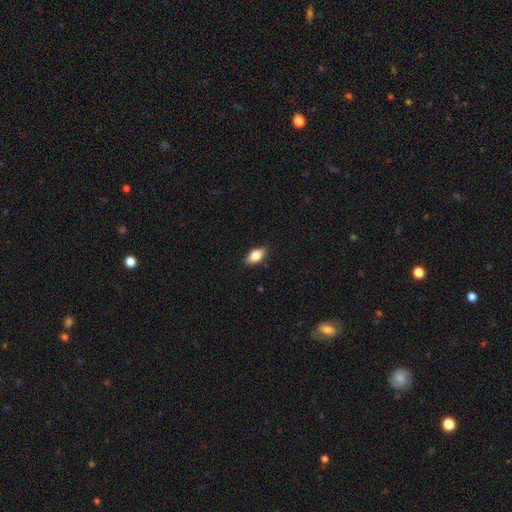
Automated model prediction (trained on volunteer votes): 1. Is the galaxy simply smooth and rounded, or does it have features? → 74% smooth, 19% featured or disk, 7% star or artifact.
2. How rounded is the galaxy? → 87% in between, 8% cigar-shaped, 5% round.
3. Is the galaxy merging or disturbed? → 87% none, 10% minor disturbance, 2% major disturbance, 1% merger.